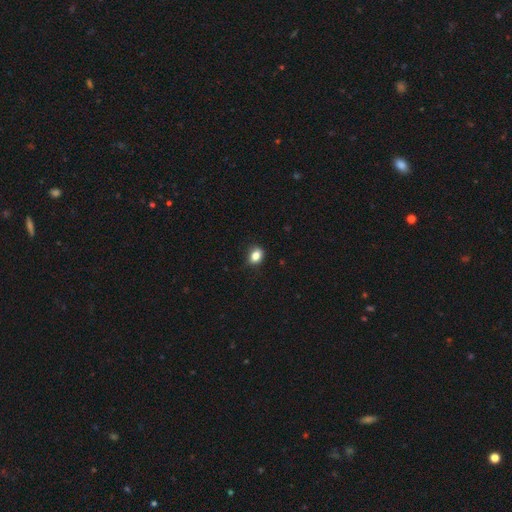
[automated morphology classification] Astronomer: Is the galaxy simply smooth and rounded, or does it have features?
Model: smooth — 83%.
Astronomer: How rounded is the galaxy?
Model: in between — 63%.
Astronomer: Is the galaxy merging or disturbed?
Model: none — 81%.